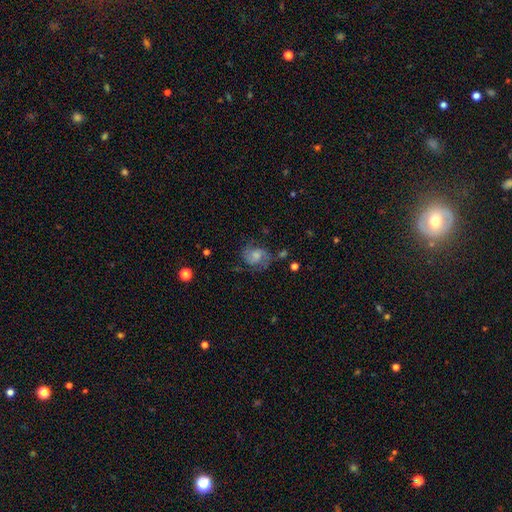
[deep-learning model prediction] smooth_or_featured: featured or disk (p=0.57) [alt: smooth p=0.34]
disk_edge_on: no (p=0.97) [alt: yes p=0.03]
bar: no (p=0.59) [alt: weak p=0.35]
has_spiral_arms: yes (p=0.88) [alt: no p=0.12]
bulge_size: moderate (p=0.35) [alt: small p=0.34]
merging: none (p=0.61) [alt: minor disturbance p=0.23]